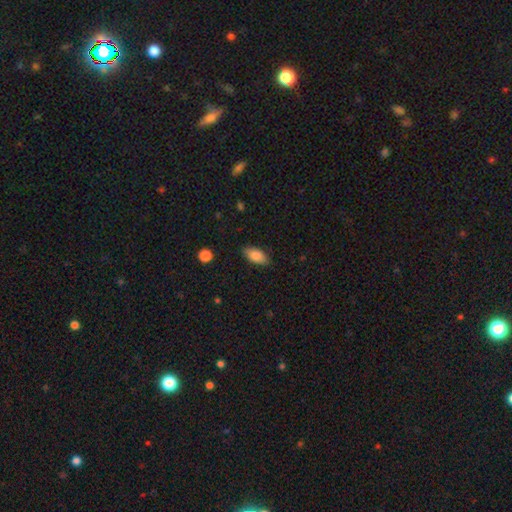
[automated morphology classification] A smooth galaxy with no disk features (84%) that is in between round and cigar-shaped (90%).

Vote fractions:
- Smooth or featured? smooth: 84% / featured or disk: 9% / star or artifact: 7%
- How rounded? in between: 90% / cigar-shaped: 7% / round: 3%
- Merging? none: 85% / minor disturbance: 11% / major disturbance: 2% / merger: 1%